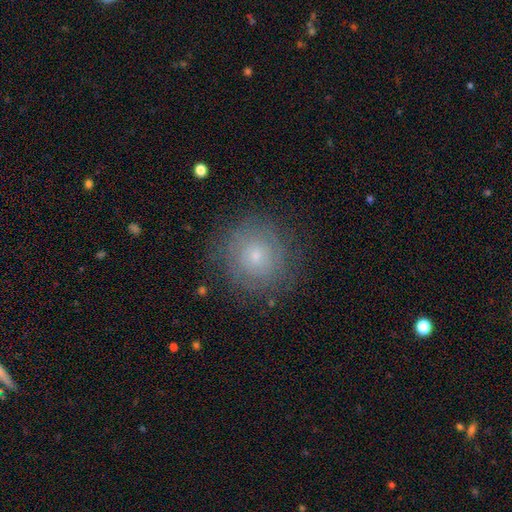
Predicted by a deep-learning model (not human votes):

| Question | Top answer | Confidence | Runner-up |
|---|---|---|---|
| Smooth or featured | smooth | 47% | featured or disk (42%) |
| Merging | none | 81% | minor disturbance (12%) |